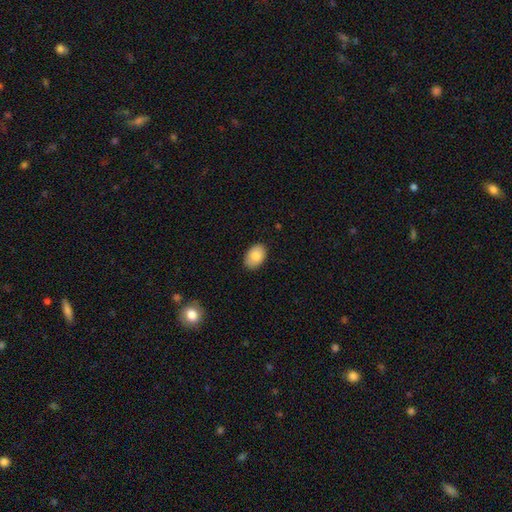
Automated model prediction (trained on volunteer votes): Overall: smooth (86%). How rounded: in between (89%). Merging: none (86%).